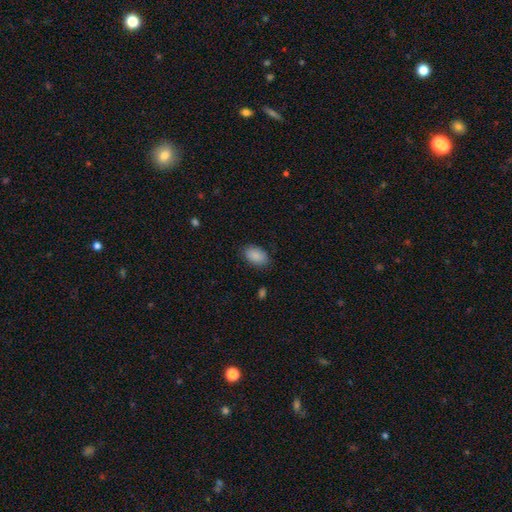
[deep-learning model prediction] This appears to be a smooth galaxy with no disk features (89%) that is in between round and cigar-shaped (89%). Merging: none (82%).